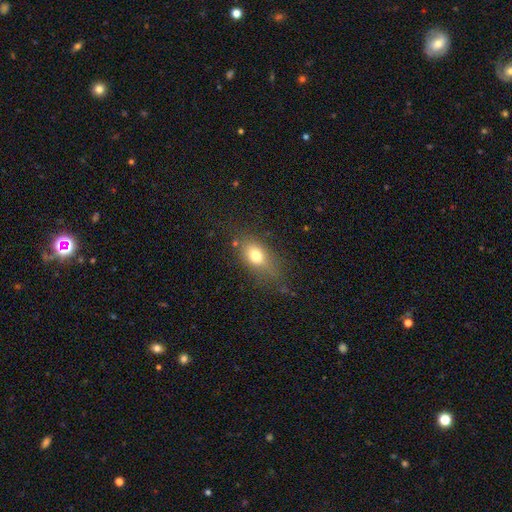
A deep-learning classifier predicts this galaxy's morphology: This appears to be a smooth galaxy with no disk features (74%) that is in between round and cigar-shaped (76%). Merging: none (65%).